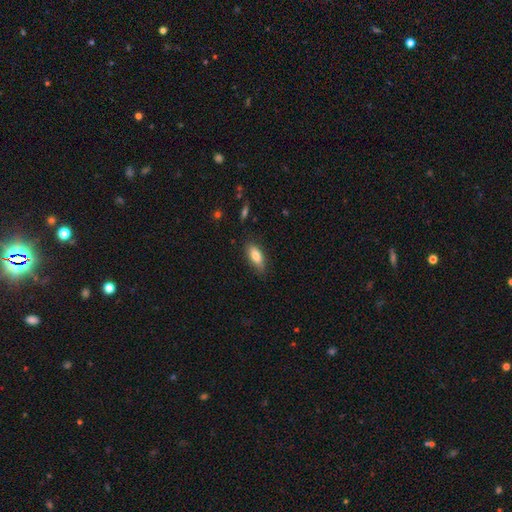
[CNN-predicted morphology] type=smooth (81%); roundness=in between (80%); merging=none (78%).